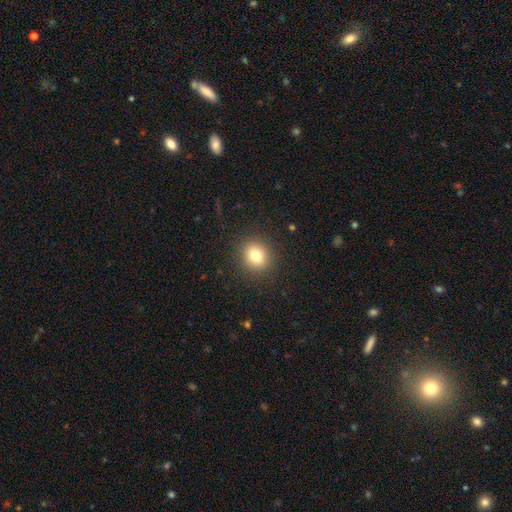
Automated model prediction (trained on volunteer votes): Overall: smooth (80%). How rounded: round (81%). Merging: none (90%).